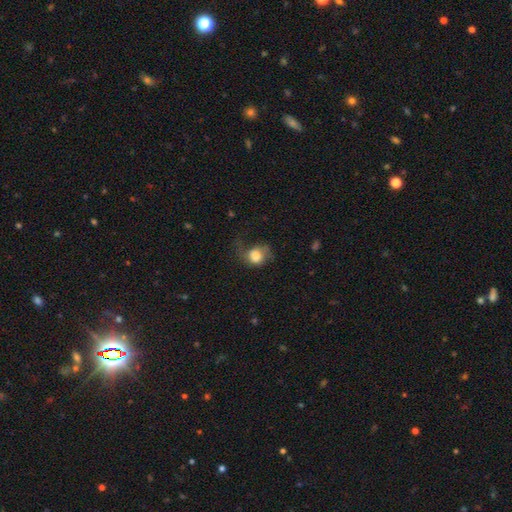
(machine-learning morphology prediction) This appears to be a smooth galaxy with no disk features (74%) that is round (63%). Merging: major disturbance (36%).